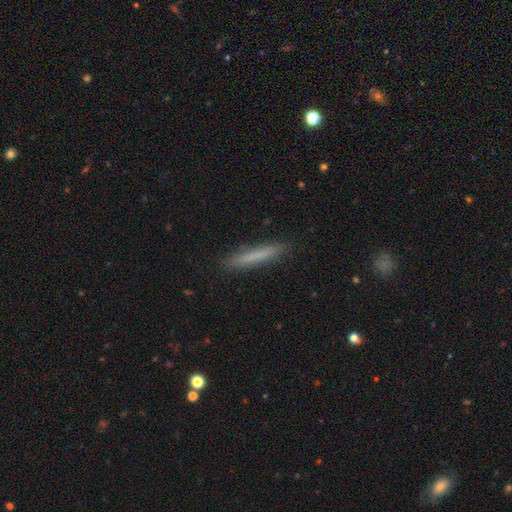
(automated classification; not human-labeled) Smooth or featured?
  - smooth: 73% *
  - featured or disk: 20%
  - star or artifact: 7%
How rounded?
  - cigar-shaped: 95% *
  - in between: 4%
  - round: 1%
Merging?
  - none: 89% *
  - minor disturbance: 8%
  - major disturbance: 2%
  - merger: 1%